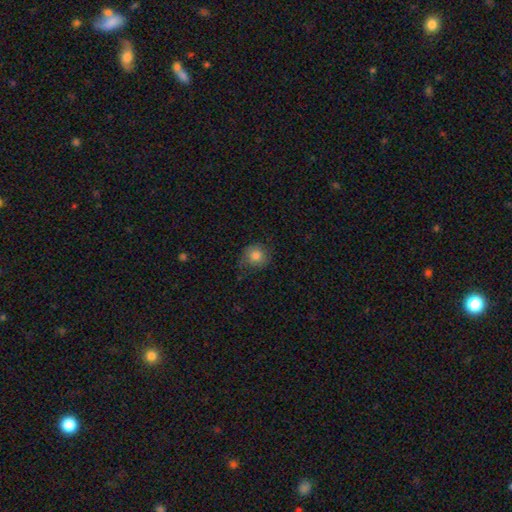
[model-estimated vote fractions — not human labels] Morphology: type=smooth (78%); roundness=round (86%); merging=none (67%).